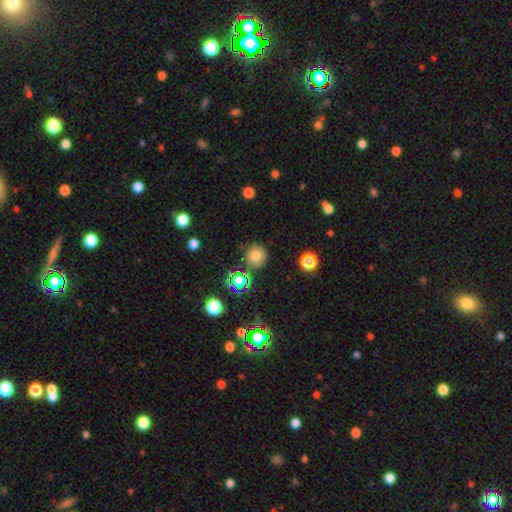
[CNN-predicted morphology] Q: Smooth or featured?
A: smooth (73%); runner-up: star or artifact (18%)
Q: How rounded?
A: round (92%); runner-up: in between (7%)
Q: Merging?
A: none (83%); runner-up: minor disturbance (9%)